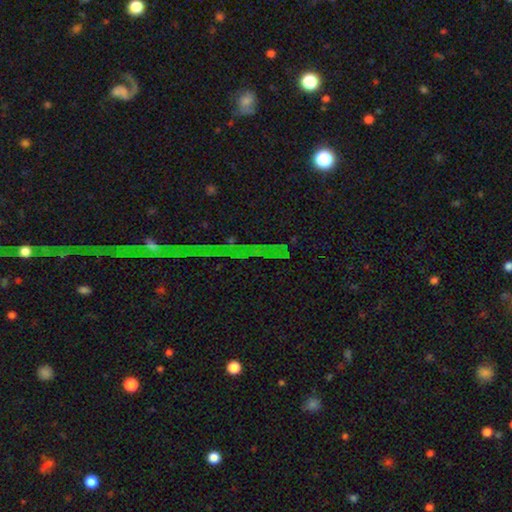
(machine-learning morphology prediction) A star or artifact, not a galaxy (79%).